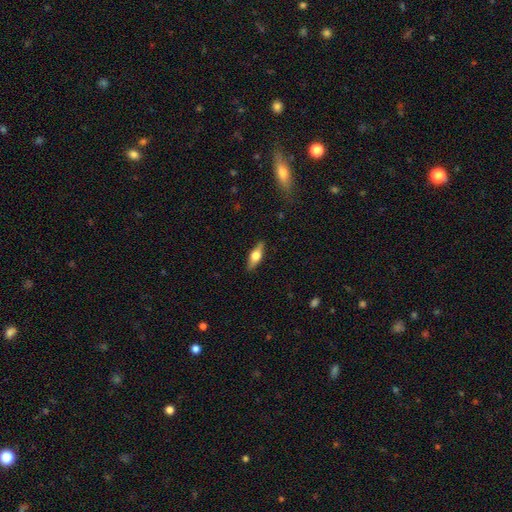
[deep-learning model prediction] Morphology: type=smooth (48%); merging=none (88%).